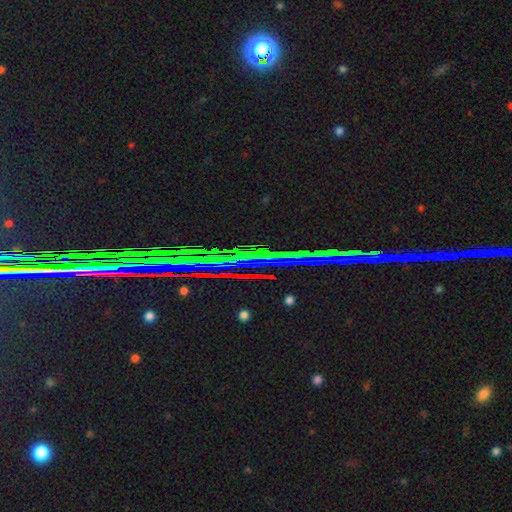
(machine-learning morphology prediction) Overall: star or artifact (87%).